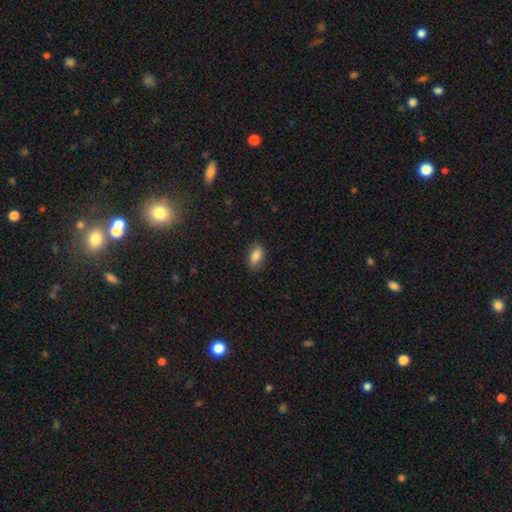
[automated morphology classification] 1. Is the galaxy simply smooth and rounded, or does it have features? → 86% smooth, 8% star or artifact, 6% featured or disk.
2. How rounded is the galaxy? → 89% in between, 7% round, 5% cigar-shaped.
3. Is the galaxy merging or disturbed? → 83% none, 13% minor disturbance, 3% major disturbance, 1% merger.